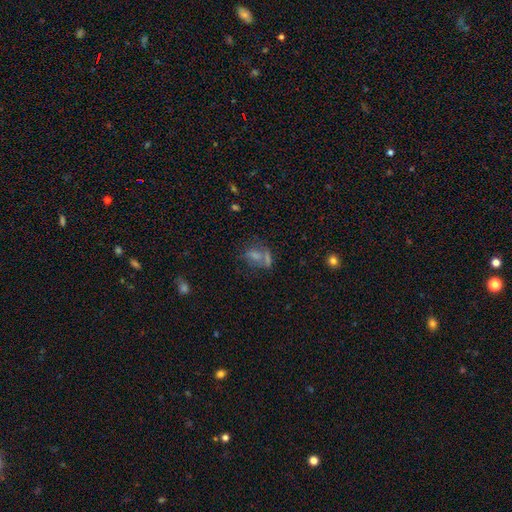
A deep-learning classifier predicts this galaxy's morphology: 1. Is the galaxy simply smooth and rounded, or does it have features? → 36% smooth, 34% star or artifact, 29% featured or disk.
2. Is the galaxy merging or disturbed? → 48% none, 21% merger, 16% minor disturbance, 15% major disturbance.